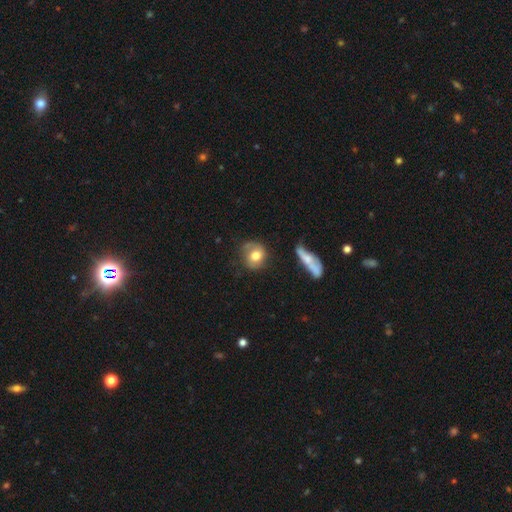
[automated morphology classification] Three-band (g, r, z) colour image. It shows a smooth galaxy with no disk features (65%) that is round (72%). Merging: none (55%).